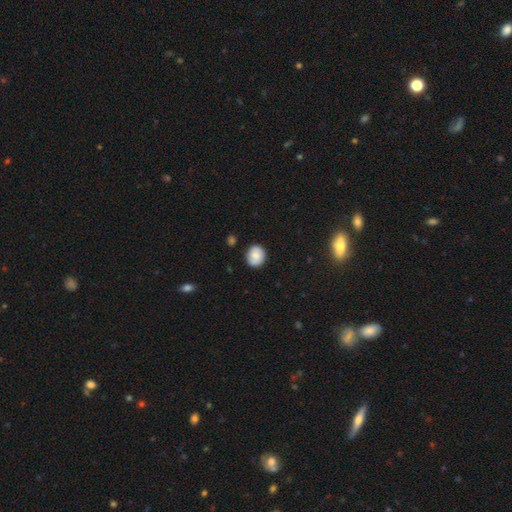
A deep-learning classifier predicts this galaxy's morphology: Smooth or featured? Predicted: smooth (p=0.78). How rounded? Predicted: round (p=0.73). Merging? Predicted: none (p=0.84).